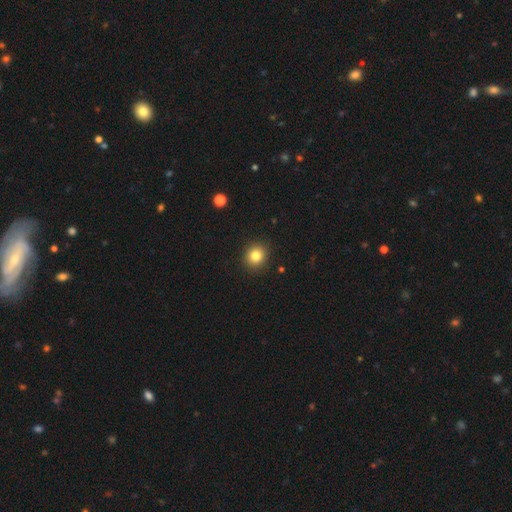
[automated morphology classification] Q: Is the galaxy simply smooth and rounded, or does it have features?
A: smooth — 82%.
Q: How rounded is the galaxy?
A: round — 83%.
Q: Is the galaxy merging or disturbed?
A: none — 91%.